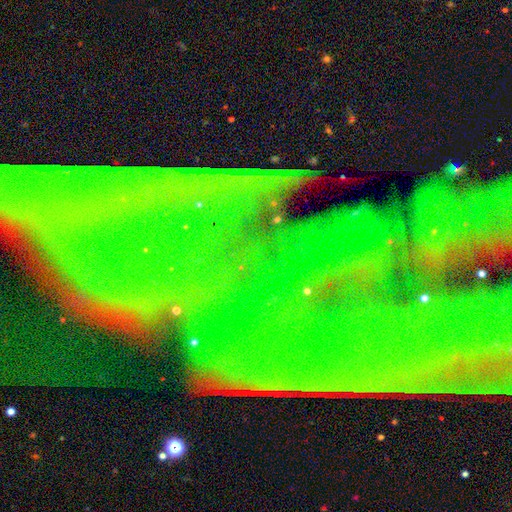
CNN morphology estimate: This appears to be a star or artifact, not a galaxy (80%).